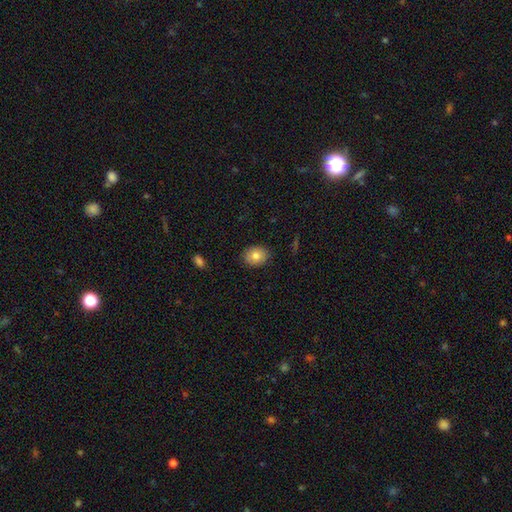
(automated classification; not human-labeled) This appears to be a smooth galaxy with no disk features (81%) that is in between round and cigar-shaped (54%). Merging: none (87%).